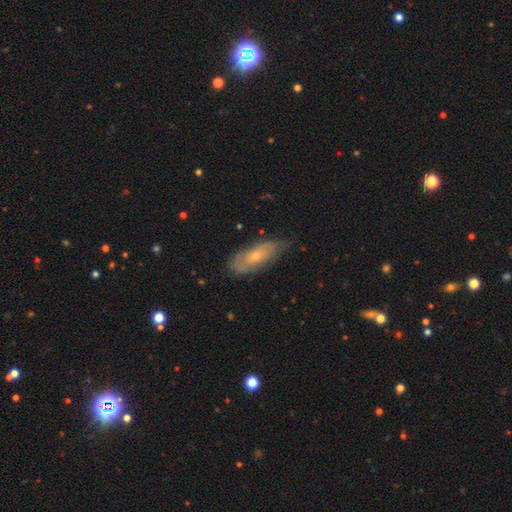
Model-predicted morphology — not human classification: Smooth or featured?
  - featured or disk: 49% *
  - smooth: 43%
  - star or artifact: 8%
Merging?
  - none: 67% *
  - minor disturbance: 26%
  - major disturbance: 6%
  - merger: 2%